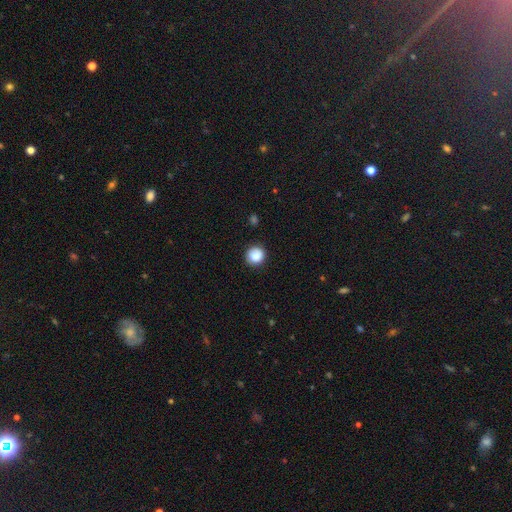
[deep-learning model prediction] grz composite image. It shows a smooth galaxy with no disk features (87%) that is round (93%). Merging: none (87%).